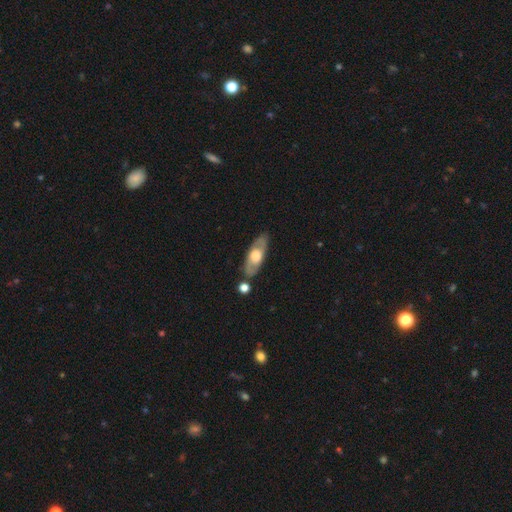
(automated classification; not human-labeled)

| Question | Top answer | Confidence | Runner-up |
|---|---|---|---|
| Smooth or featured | featured or disk | 53% | smooth (42%) |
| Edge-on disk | no | 63% | yes (37%) |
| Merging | none | 80% | minor disturbance (12%) |